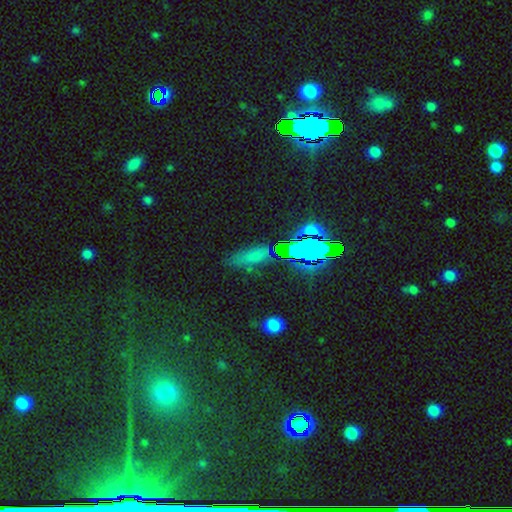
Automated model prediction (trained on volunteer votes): A smooth galaxy with no disk features (49%).

Vote fractions:
- Smooth or featured? smooth: 49% / star or artifact: 38% / featured or disk: 13%
- Merging? none: 75% / minor disturbance: 15% / major disturbance: 6% / merger: 4%